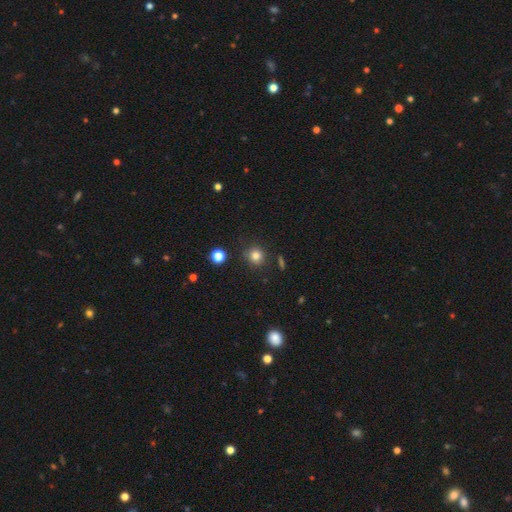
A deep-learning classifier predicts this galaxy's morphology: Smooth or featured?
  - smooth: 81% *
  - star or artifact: 13%
  - featured or disk: 6%
How rounded?
  - round: 89% *
  - in between: 10%
  - cigar-shaped: 1%
Merging?
  - none: 84% *
  - minor disturbance: 11%
  - major disturbance: 3%
  - merger: 3%